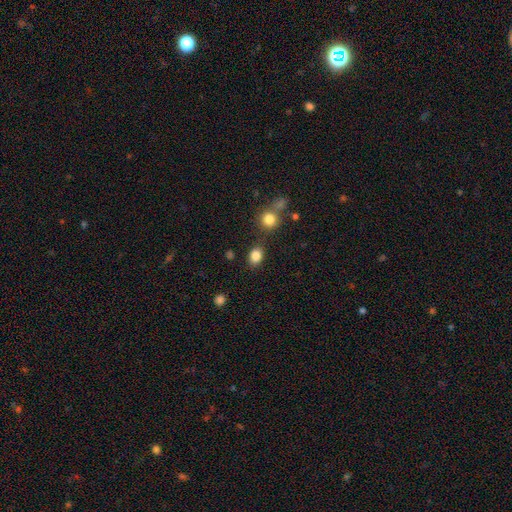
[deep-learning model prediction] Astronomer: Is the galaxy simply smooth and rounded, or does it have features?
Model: smooth — 85%.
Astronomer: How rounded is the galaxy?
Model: in between — 58% (runner-up: round, 41%).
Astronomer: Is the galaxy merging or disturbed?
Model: none — 79%.